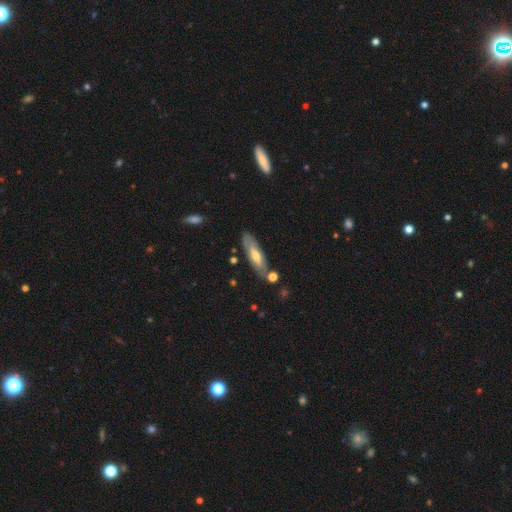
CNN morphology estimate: This is possibly a featured or disk galaxy (51%). It is possibly not viewed edge-on (53%). Merging: likely none (77%).